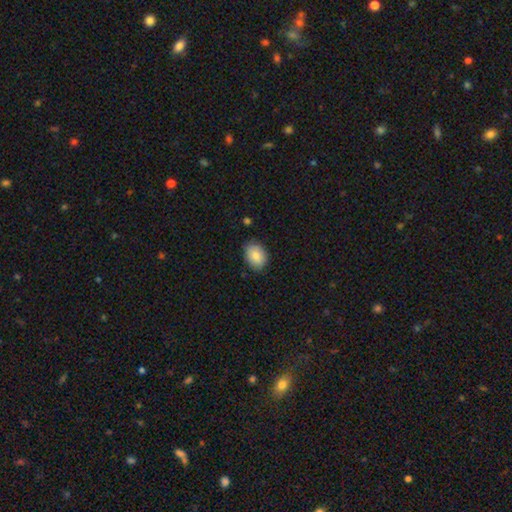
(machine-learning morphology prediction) smooth-or-featured: smooth: 86% | featured or disk: 7% | star or artifact: 7%
  how-rounded: in between: 79% | round: 20% | cigar-shaped: 1%
  merging: none: 83% | minor disturbance: 13% | major disturbance: 2% | merger: 1%